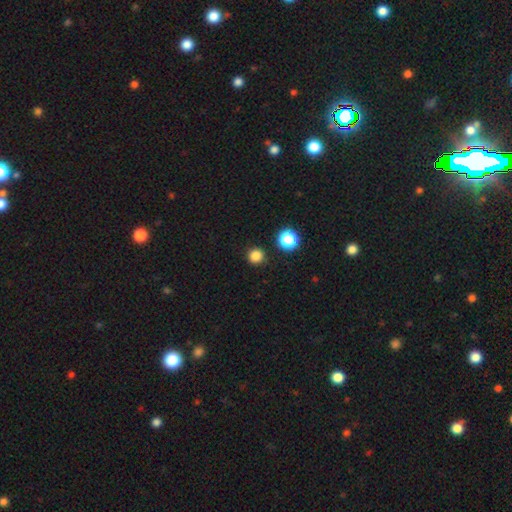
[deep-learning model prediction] A smooth galaxy with no disk features (83%) that is round (95%). Merging: none (91%).